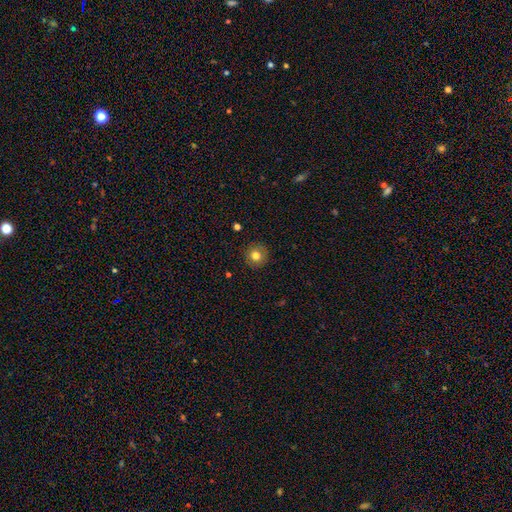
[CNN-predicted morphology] The model was most divided on "smooth or featured": smooth: 79%, star or artifact: 11%, featured or disk: 10%. More confident: how rounded — round (94%); merging — none (90%).